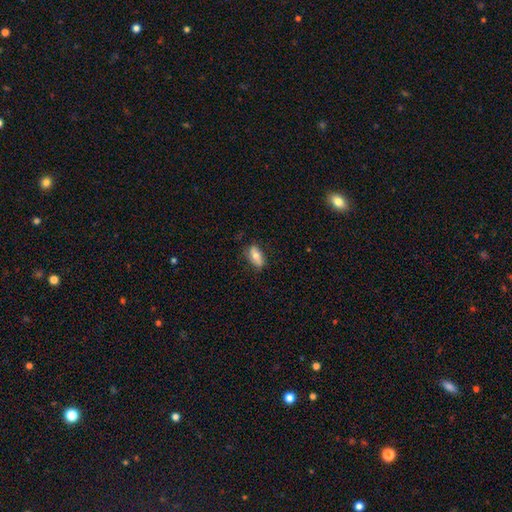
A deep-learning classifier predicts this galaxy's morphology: A smooth galaxy with no disk features (73%) that is in between round and cigar-shaped (84%). Merging: none (79%).